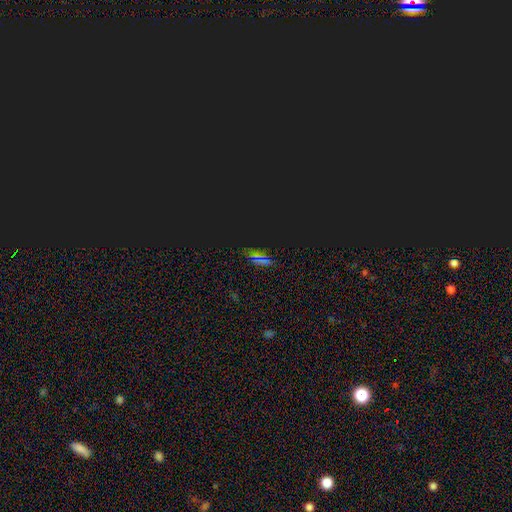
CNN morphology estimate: A star or artifact, not a galaxy (62%).

Vote fractions:
- Smooth or featured? star or artifact: 62% / smooth: 29% / featured or disk: 9%